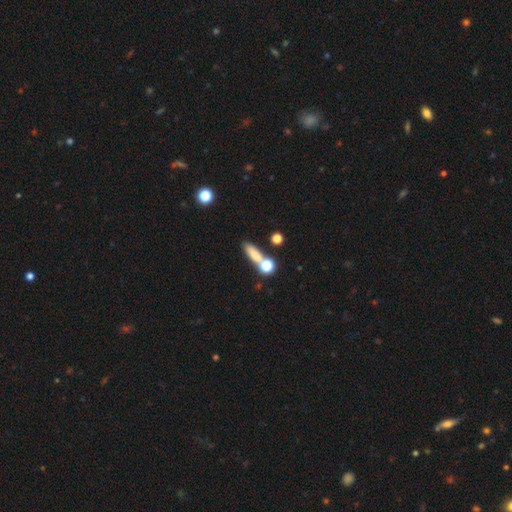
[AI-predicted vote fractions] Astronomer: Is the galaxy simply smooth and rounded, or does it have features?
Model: smooth — 73%.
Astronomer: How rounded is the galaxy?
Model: cigar-shaped — 45% (runner-up: in between, 37%).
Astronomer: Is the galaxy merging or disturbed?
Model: none — 54%.